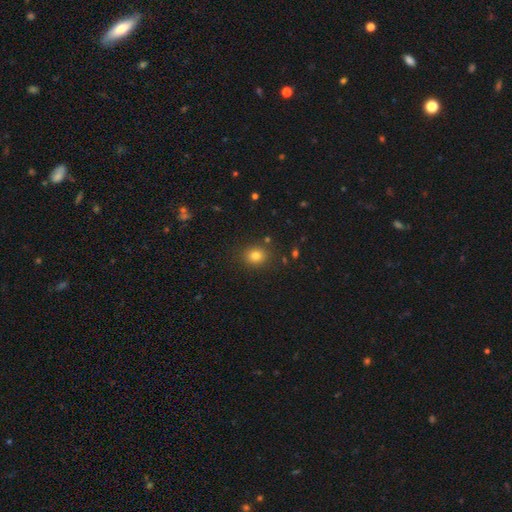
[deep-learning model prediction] Q: Smooth or featured?
A: smooth (79%); runner-up: star or artifact (14%)
Q: How rounded?
A: round (73%); runner-up: in between (26%)
Q: Merging?
A: none (86%); runner-up: minor disturbance (8%)